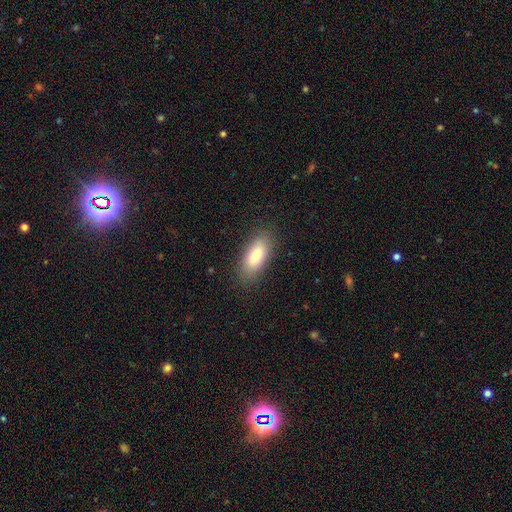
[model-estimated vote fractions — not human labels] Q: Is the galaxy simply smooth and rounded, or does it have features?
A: smooth — 77%.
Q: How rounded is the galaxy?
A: in between — 80%.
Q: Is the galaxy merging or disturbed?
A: none — 86%.